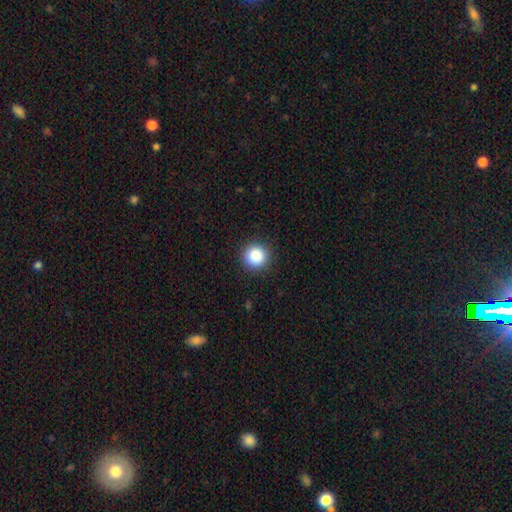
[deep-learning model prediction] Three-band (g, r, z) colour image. It shows a smooth galaxy with no disk features (87%) that is round (94%). Merging: none (91%).